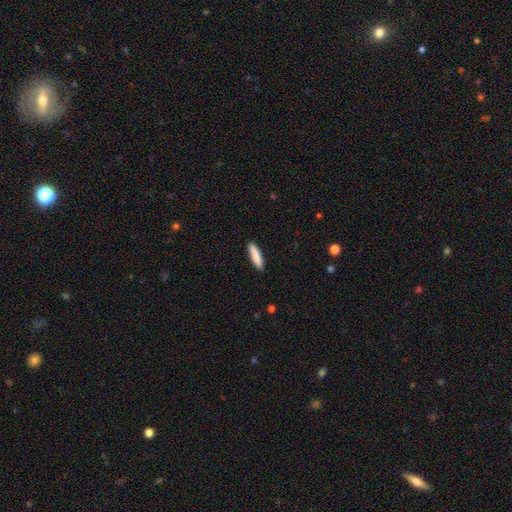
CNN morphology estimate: Smooth or featured? smooth (86%)
How rounded? cigar-shaped (79%)
Merging? none (90%)